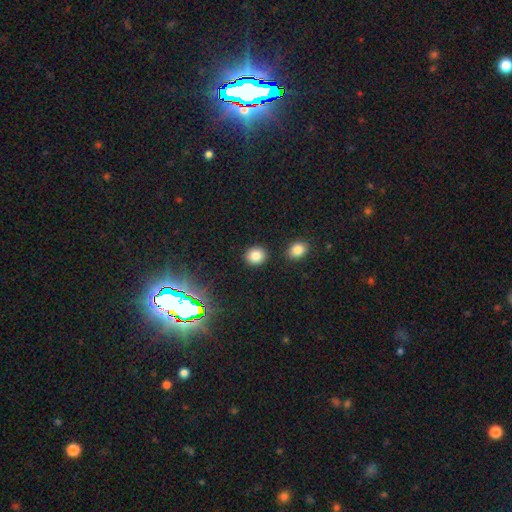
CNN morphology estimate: Smooth or featured: smooth — 82% (star or artifact — 12%)
How rounded: round — 82% (in between — 17%)
Merging: none — 88% (minor disturbance — 6%)